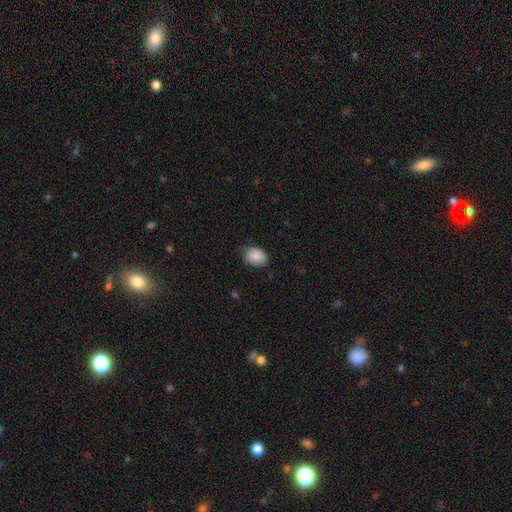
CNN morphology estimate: Smooth or featured: smooth — 88% (star or artifact — 7%)
How rounded: in between — 66% (round — 33%)
Merging: none — 74% (minor disturbance — 22%)